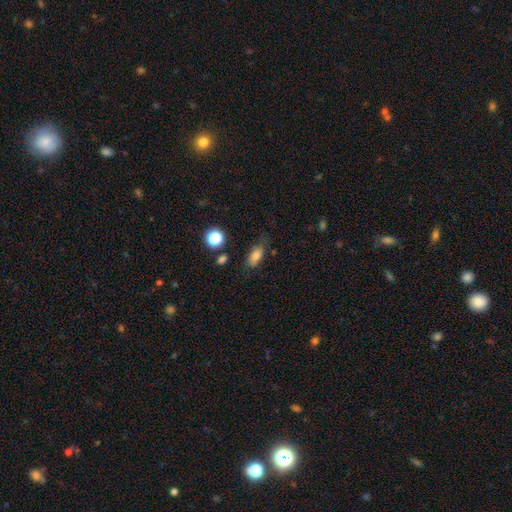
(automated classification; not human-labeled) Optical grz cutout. It shows a smooth galaxy with no disk features (77%) that is in between round and cigar-shaped (82%). Merging: none (67%).